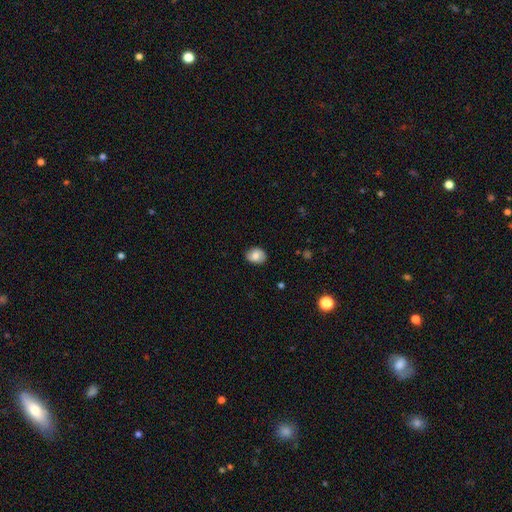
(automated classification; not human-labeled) A smooth galaxy with no disk features (78%) that is in between round and cigar-shaped (60%).

Vote fractions:
- Smooth or featured? smooth: 78% / featured or disk: 14% / star or artifact: 8%
- How rounded? in between: 60% / round: 39% / cigar-shaped: 1%
- Merging? none: 84% / minor disturbance: 13% / major disturbance: 3% / merger: 1%